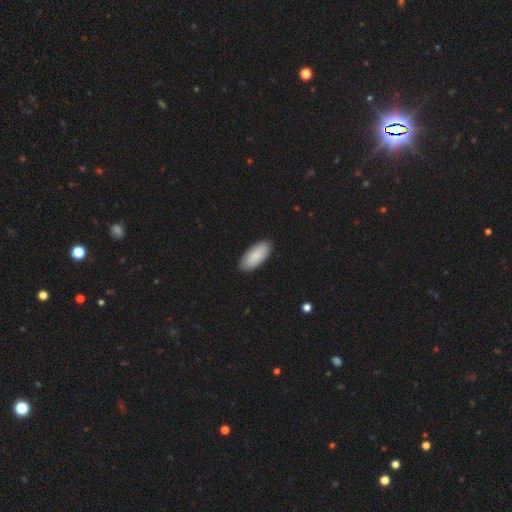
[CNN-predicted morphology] Smooth or featured: smooth — 87% (featured or disk — 8%)
How rounded: in between — 90% (cigar-shaped — 8%)
Merging: none — 90% (minor disturbance — 8%)